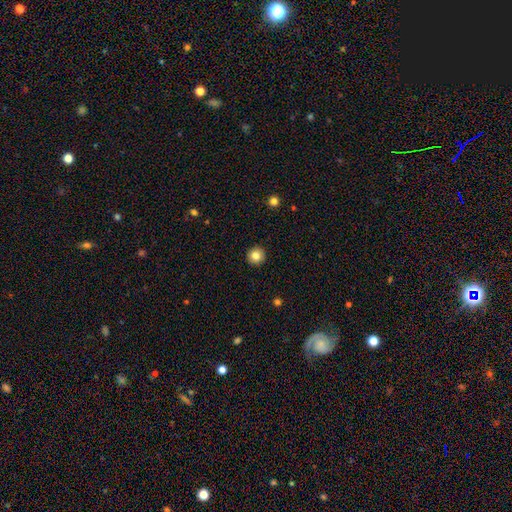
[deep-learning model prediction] This is clearly a smooth galaxy (83%). How rounded: clearly round (95%). Merging: clearly none (93%).